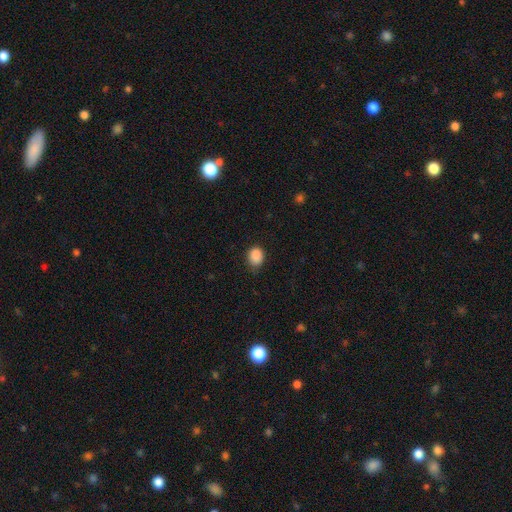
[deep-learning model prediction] A smooth galaxy with no disk features (88%) that is round (51%). Merging: none (76%).